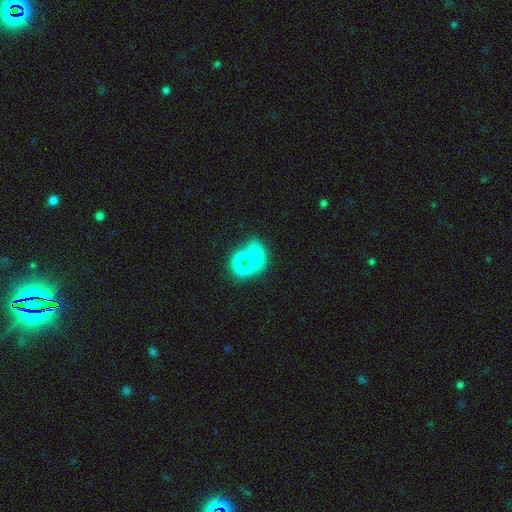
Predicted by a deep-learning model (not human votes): smooth-or-featured: smooth: 54% | star or artifact: 35% | featured or disk: 12%
  how-rounded: round: 50% | in between: 47% | cigar-shaped: 2%
  merging: none: 52% | merger: 31% | minor disturbance: 11% | major disturbance: 6%